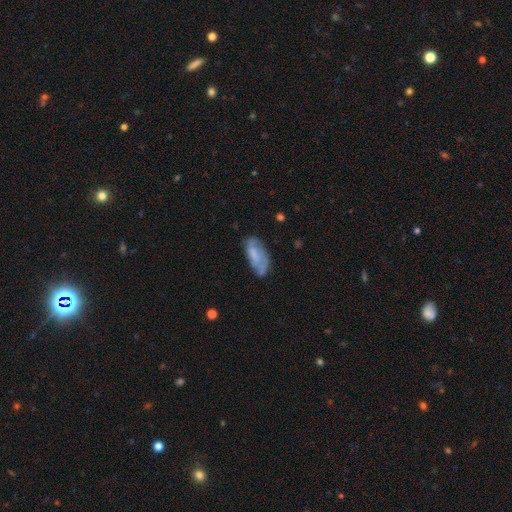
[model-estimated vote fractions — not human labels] Smooth or featured? Predicted: smooth (p=0.54). How rounded? Predicted: in between (p=0.85). Merging? Predicted: none (p=0.52).